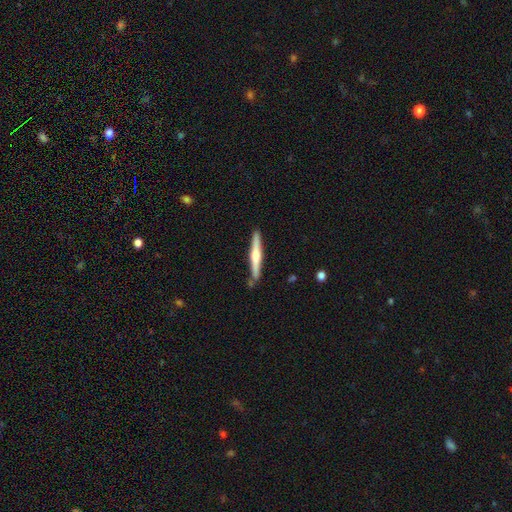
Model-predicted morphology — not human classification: Smooth or featured? Predicted: featured or disk (p=0.53). Edge-on disk? Predicted: yes (p=0.98). Edge-on bulge? Predicted: rounded (p=0.67). Merging? Predicted: none (p=0.84).